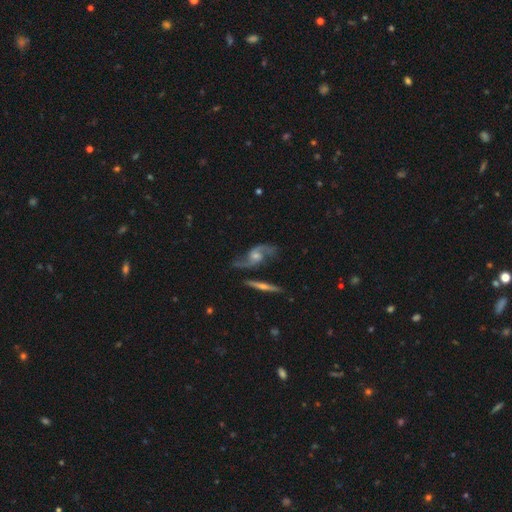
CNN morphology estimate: A featured or disk galaxy (87%) with no bar (56%), 2 (91%) loose (60%) spiral arms (96%) and a moderate central bulge (46%).

Vote fractions:
- Smooth or featured? featured or disk: 87% / smooth: 7% / star or artifact: 6%
- Edge-on disk? no: 89% / yes: 11%
- Bar? no: 56% / weak: 36% / strong: 8%
- Spiral arms? yes: 96% / no: 4%
- Spiral winding? loose: 60% / medium: 32% / tight: 7%
- Spiral arm count? 2: 91% / can't tell: 3% / 1: 2% / 3: 2% / 4: 1% / more than 4: 1%
- Bulge size? moderate: 46% / small: 40% / none: 6% / large: 5% / dominant: 1%
- Merging? none: 65% / minor disturbance: 17% / major disturbance: 9% / merger: 8%